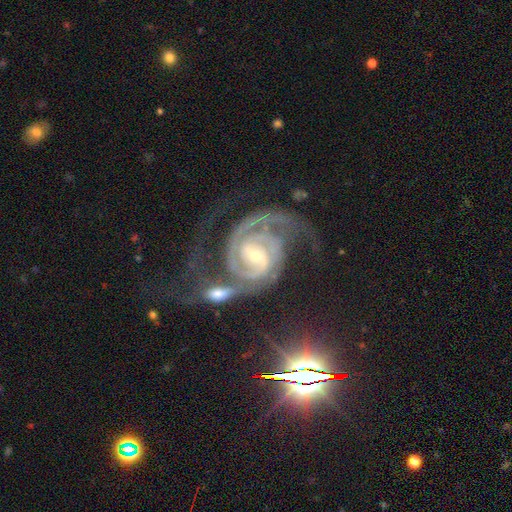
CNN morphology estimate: This is clearly a featured or disk galaxy (90%). It is clearly not viewed edge-on (98%). Bar: marginally weak (45%). Spiral arm pattern: clearly yes (99%). Spiral arm count: likely 2 (79%). Spiral winding: possibly tight (57%). Central bulge: likely small (61%). Merging: possibly none (48%).